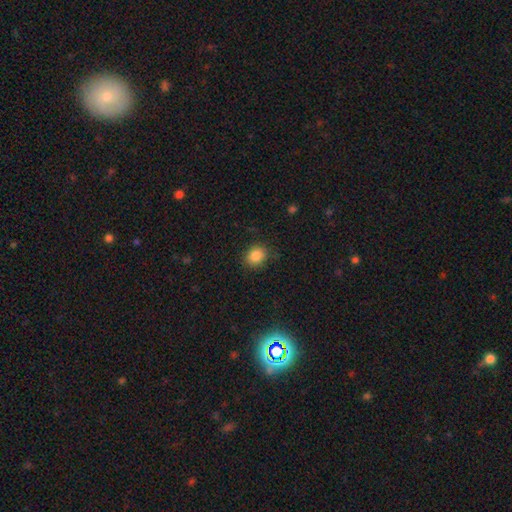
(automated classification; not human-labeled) Smooth or featured?
  - smooth: 85% *
  - star or artifact: 10%
  - featured or disk: 5%
How rounded?
  - round: 59% *
  - in between: 40%
  - cigar-shaped: 1%
Merging?
  - none: 85% *
  - minor disturbance: 11%
  - major disturbance: 3%
  - merger: 1%